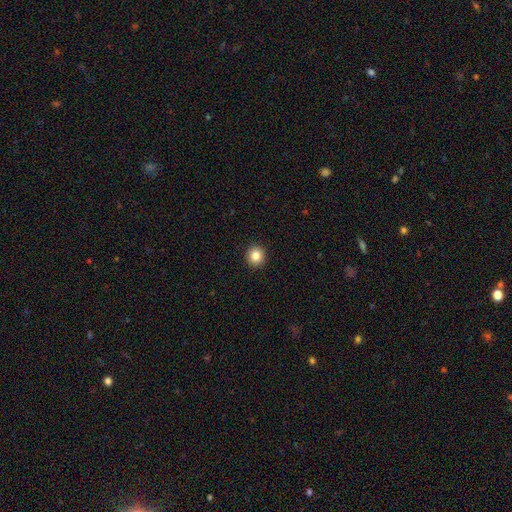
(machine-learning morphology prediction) This appears to be a smooth galaxy with no disk features (83%) that is round (91%). Merging: none (93%).